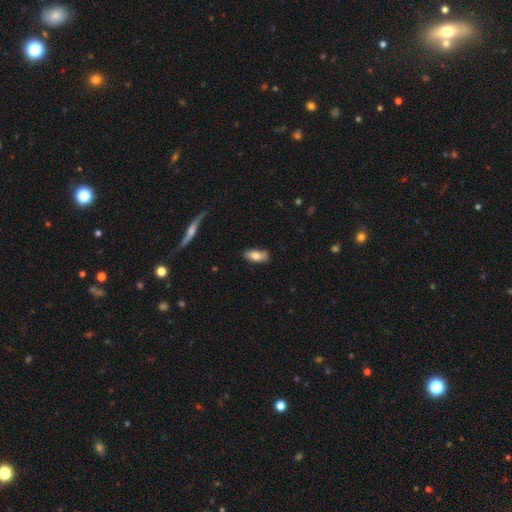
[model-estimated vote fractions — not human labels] The model was most divided on "smooth or featured": smooth: 76%, featured or disk: 17%, star or artifact: 6%. More confident: how rounded — in between (84%); merging — none (78%).